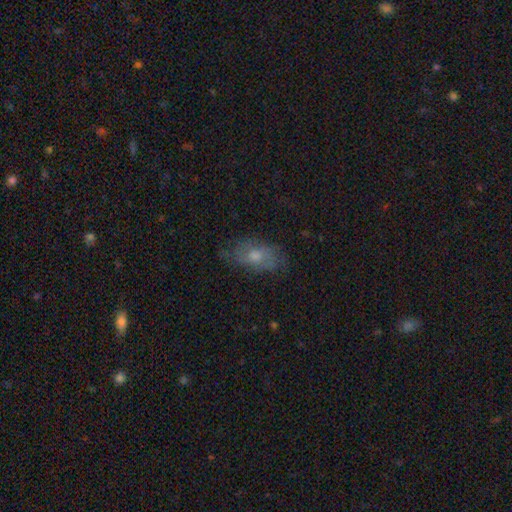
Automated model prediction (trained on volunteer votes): This is possibly a featured or disk galaxy (45%). Merging: likely none (70%).